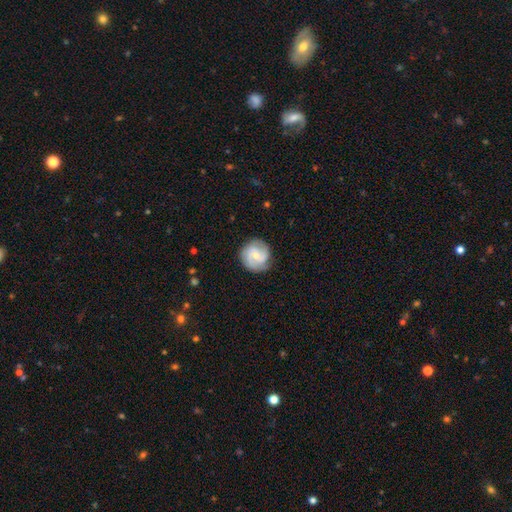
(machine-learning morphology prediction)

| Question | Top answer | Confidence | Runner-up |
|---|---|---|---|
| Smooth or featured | featured or disk | 73% | smooth (21%) |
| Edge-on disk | no | 98% | yes (2%) |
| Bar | no | 50% | weak (42%) |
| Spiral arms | yes | 95% | no (5%) |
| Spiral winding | tight | 45% | medium (42%) |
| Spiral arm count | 2 | 46% | 3 (29%) |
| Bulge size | small | 62% | moderate (32%) |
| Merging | none | 81% | minor disturbance (14%) |